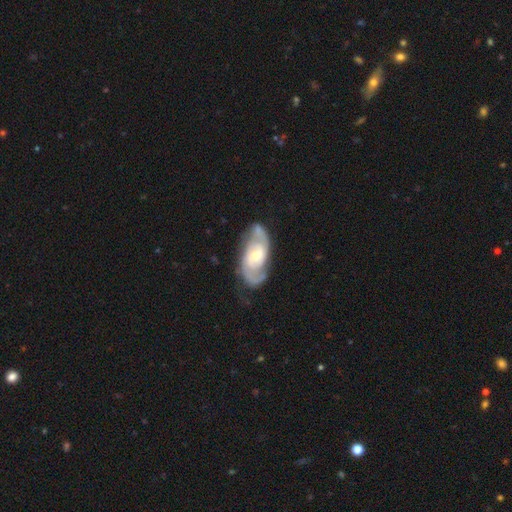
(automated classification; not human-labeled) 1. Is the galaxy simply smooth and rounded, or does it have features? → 85% featured or disk, 10% smooth, 5% star or artifact.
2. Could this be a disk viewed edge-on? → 95% no, 5% yes.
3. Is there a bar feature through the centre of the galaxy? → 47% no, 41% weak, 12% strong.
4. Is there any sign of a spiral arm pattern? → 95% yes, 5% no.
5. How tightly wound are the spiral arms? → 46% medium, 37% tight, 16% loose.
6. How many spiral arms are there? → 85% 2, 8% can't tell, 2% 3, 2% 1, 1% 4, 1% more than 4.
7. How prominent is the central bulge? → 53% moderate, 40% small, 5% large, 1% none, 1% dominant.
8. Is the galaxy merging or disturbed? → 72% none, 18% minor disturbance, 7% major disturbance, 3% merger.